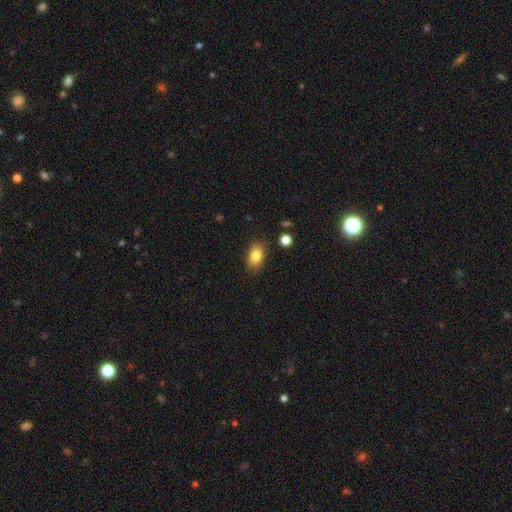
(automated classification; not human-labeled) smooth 83%, star or artifact 9%, featured or disk 8%. Down the decision tree: how rounded — in between (86%); merging — none (85%).